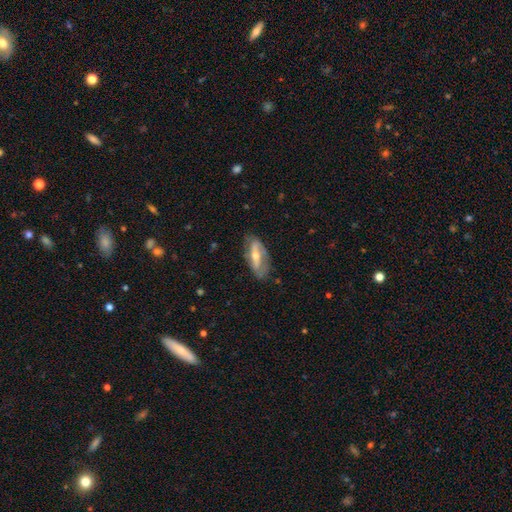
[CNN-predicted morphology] Q: Smooth or featured?
A: featured or disk (70%); runner-up: smooth (24%)
Q: Edge-on disk?
A: no (82%); runner-up: yes (18%)
Q: Bar?
A: strong (50%); runner-up: weak (29%)
Q: Spiral arms?
A: yes (68%); runner-up: no (32%)
Q: Bulge size?
A: moderate (56%); runner-up: small (39%)
Q: Merging?
A: none (75%); runner-up: minor disturbance (18%)